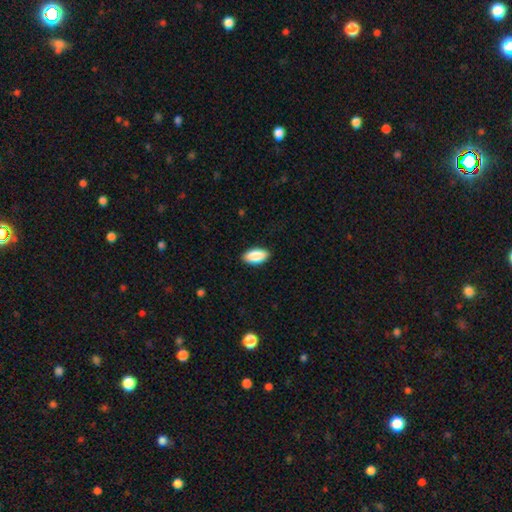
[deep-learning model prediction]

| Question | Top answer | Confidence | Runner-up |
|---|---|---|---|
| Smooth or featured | smooth | 90% | star or artifact (6%) |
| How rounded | in between | 95% | cigar-shaped (3%) |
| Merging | none | 89% | minor disturbance (8%) |